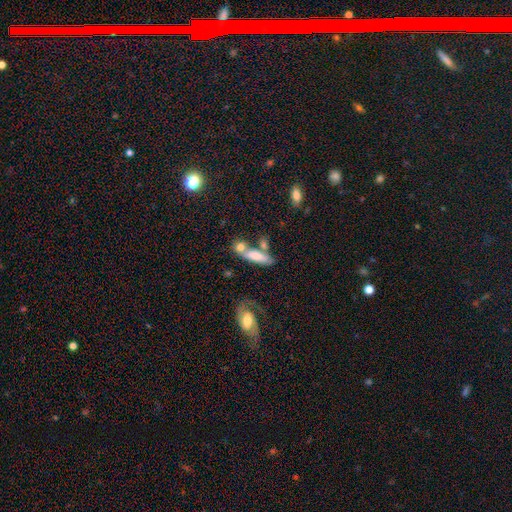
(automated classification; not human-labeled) Smooth or featured? smooth (72%)
How rounded? cigar-shaped (57%)
Merging? none (46%)